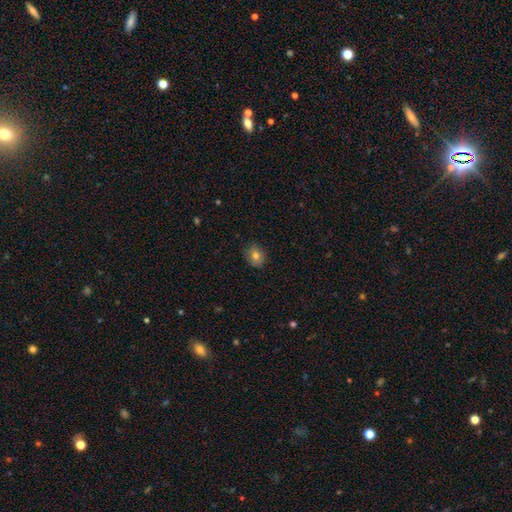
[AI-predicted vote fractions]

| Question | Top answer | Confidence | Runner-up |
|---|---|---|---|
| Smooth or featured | smooth | 78% | featured or disk (12%) |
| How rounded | round | 55% | in between (44%) |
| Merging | none | 84% | minor disturbance (13%) |